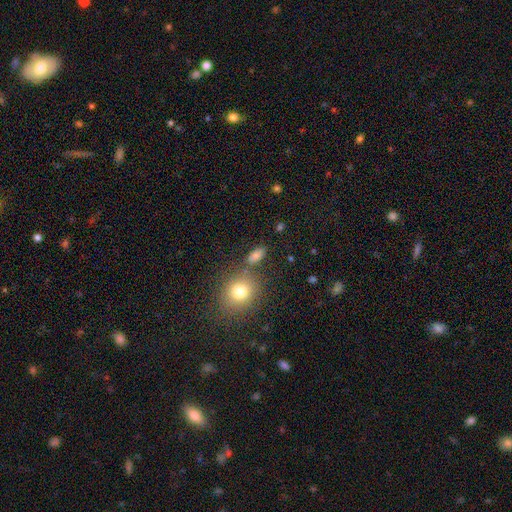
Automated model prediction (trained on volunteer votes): smooth 78%, star or artifact 14%, featured or disk 8%. Down the decision tree: how rounded — in between (74%); merging — none (74%).